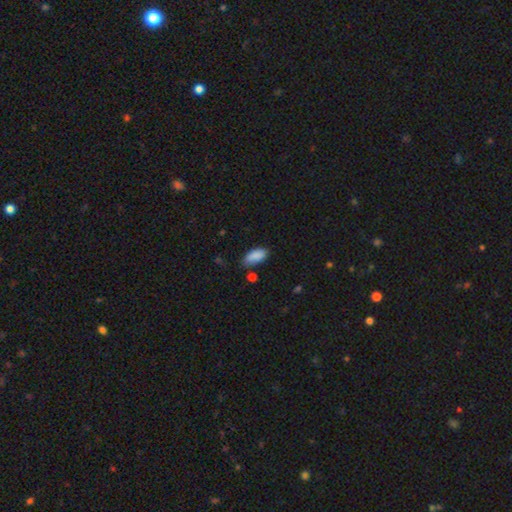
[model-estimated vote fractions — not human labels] This is clearly a smooth galaxy (88%). How rounded: clearly in between (90%). Merging: likely none (65%).